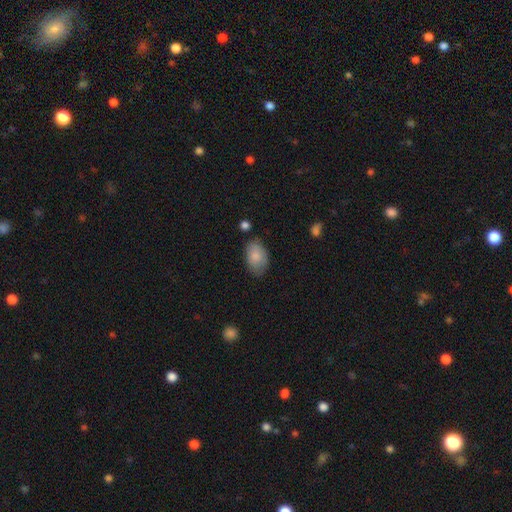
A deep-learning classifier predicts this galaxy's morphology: Smooth or featured? Predicted: smooth (p=0.85). How rounded? Predicted: in between (p=0.89). Merging? Predicted: none (p=0.70).